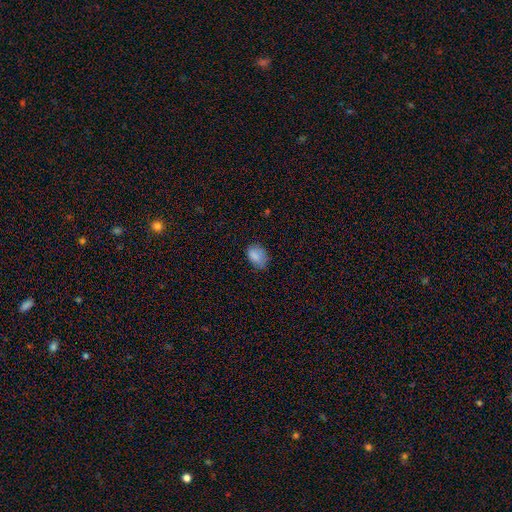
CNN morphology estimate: type=smooth (84%); roundness=in between (76%); merging=none (60%).